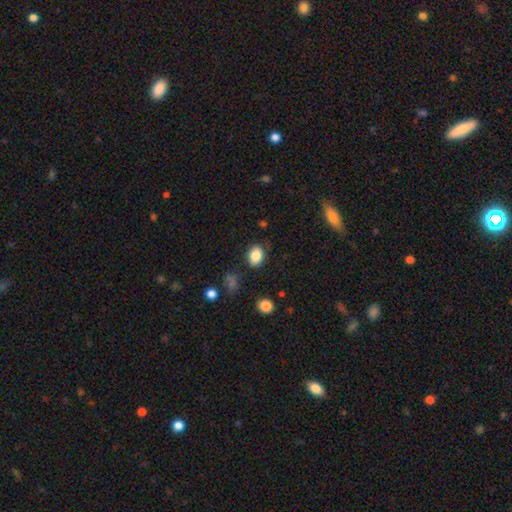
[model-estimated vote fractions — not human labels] Smooth or featured? smooth (85%)
How rounded? in between (67%)
Merging? none (80%)